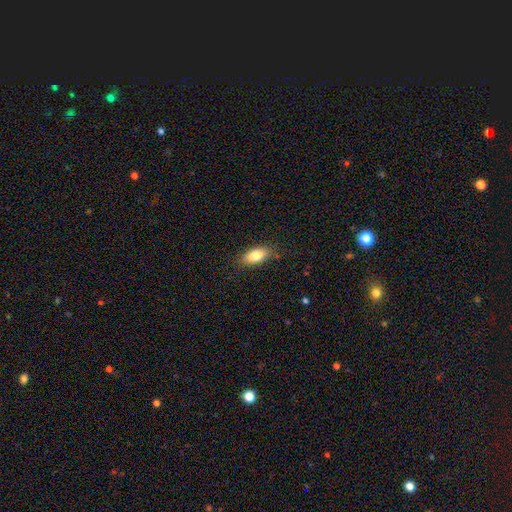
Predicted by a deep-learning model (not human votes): This is clearly a smooth galaxy (81%). How rounded: clearly in between (86%). Merging: clearly none (82%).